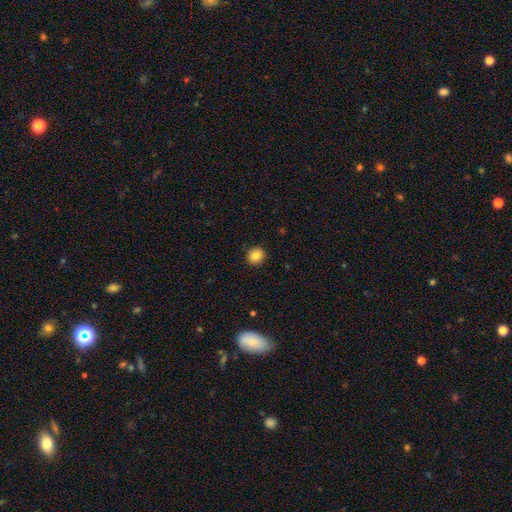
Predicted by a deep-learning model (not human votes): Smooth or featured? Predicted: smooth (p=0.85). How rounded? Predicted: round (p=0.87). Merging? Predicted: none (p=0.90).